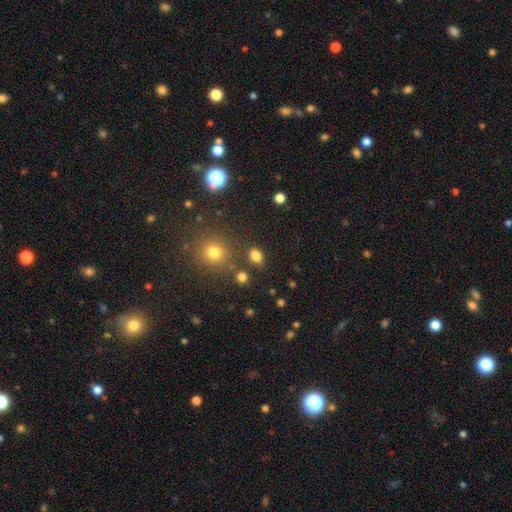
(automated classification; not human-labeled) smooth-or-featured: smooth: 80% | star or artifact: 15% | featured or disk: 5%
  how-rounded: in between: 69% | round: 29% | cigar-shaped: 2%
  merging: none: 79% | minor disturbance: 11% | merger: 6% | major disturbance: 4%